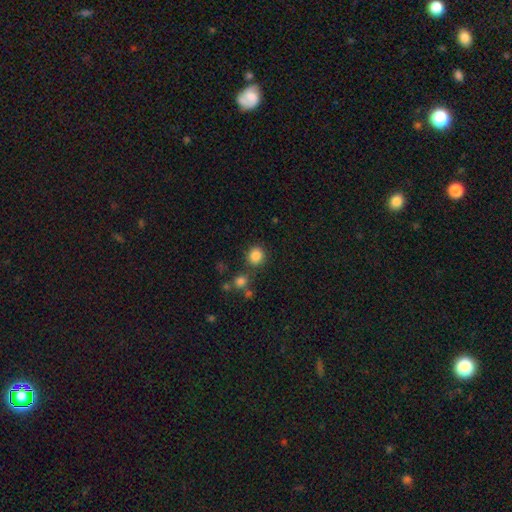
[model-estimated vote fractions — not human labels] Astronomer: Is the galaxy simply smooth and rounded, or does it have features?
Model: smooth — 85%.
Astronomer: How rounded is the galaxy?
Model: round — 87%.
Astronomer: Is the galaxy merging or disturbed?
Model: none — 79%.